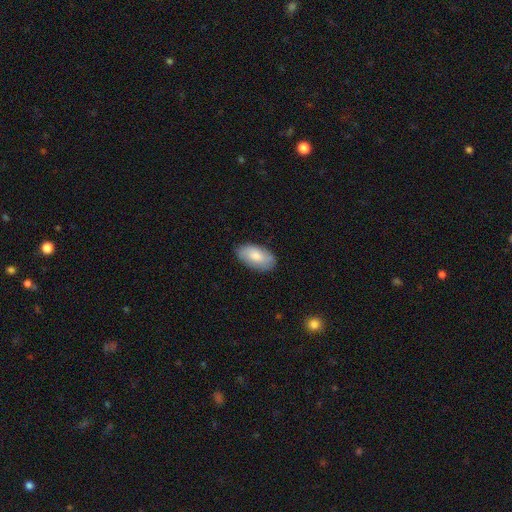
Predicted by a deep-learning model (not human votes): Smooth or featured? Predicted: smooth (p=0.76). How rounded? Predicted: in between (p=0.95). Merging? Predicted: none (p=0.81).